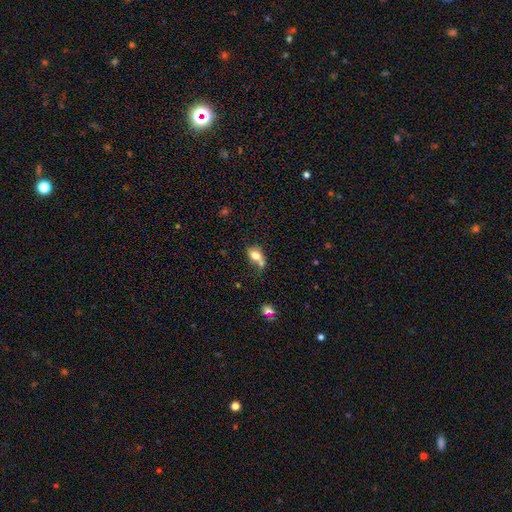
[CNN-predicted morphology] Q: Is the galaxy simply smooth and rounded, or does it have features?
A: smooth — 75%.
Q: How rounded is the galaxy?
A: in between — 65%.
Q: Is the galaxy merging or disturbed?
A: merger — 41%.